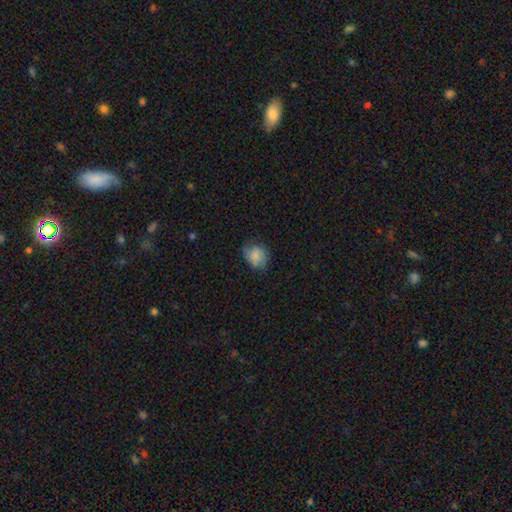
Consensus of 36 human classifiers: Smooth or featured? 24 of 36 (67%) said smooth. How rounded? 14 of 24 (58%) said round. Merging? 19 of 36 (53%) said none.